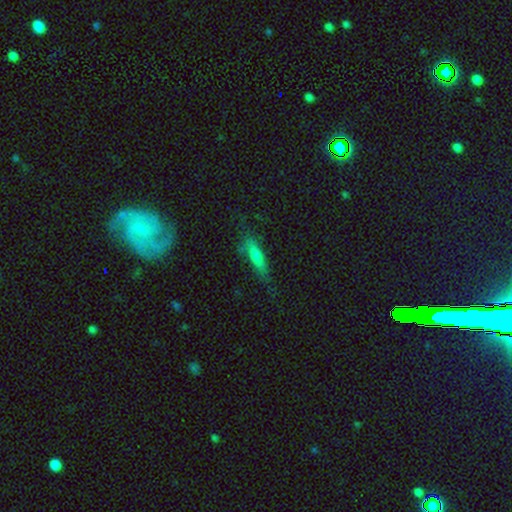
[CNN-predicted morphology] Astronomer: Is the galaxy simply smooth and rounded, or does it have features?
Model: smooth — 62%.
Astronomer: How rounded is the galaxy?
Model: cigar-shaped — 75%.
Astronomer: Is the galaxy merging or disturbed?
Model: none — 66%.